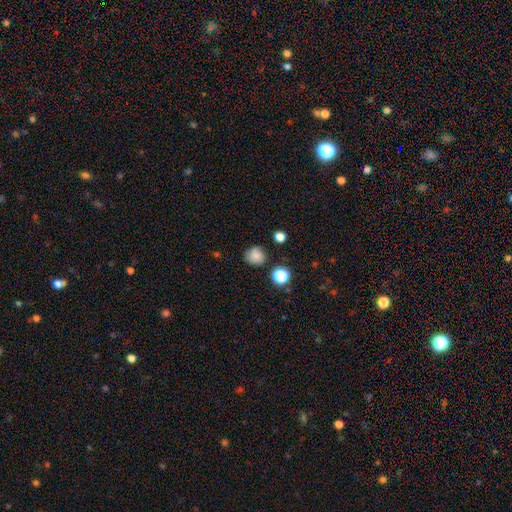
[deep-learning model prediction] Smooth or featured? smooth (80%)
How rounded? round (83%)
Merging? none (75%)